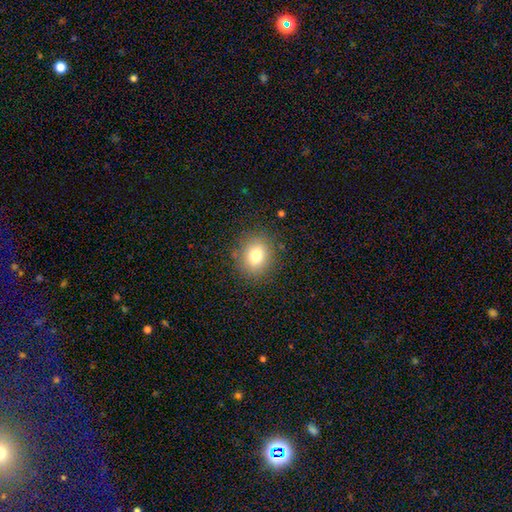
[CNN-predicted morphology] Smooth or featured? smooth (77%)
How rounded? round (65%)
Merging? none (85%)